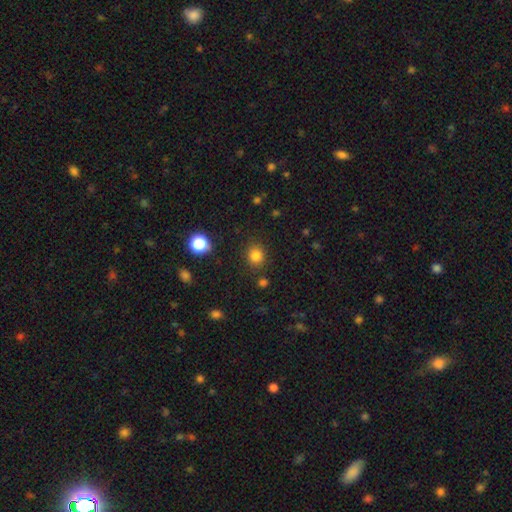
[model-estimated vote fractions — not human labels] Morphology: type=smooth (82%); roundness=round (78%); merging=none (85%).